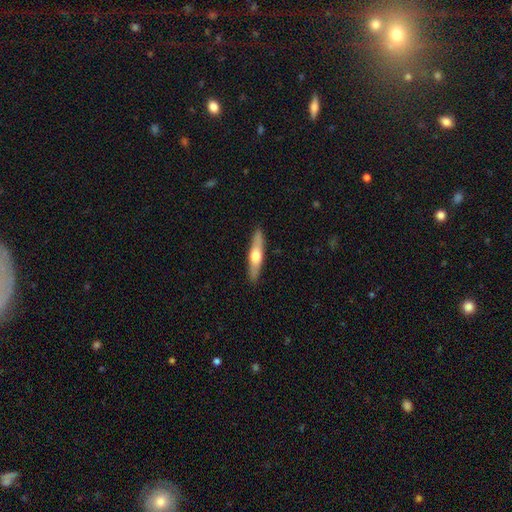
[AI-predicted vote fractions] Q: Smooth or featured?
A: featured or disk (50%); runner-up: smooth (45%)
Q: Merging?
A: none (89%); runner-up: minor disturbance (8%)